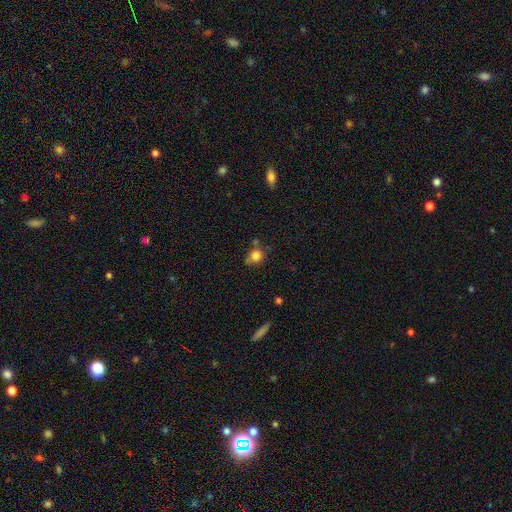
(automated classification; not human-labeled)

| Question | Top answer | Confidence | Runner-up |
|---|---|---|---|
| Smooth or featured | smooth | 82% | star or artifact (11%) |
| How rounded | round | 79% | in between (20%) |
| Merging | none | 61% | minor disturbance (22%) |